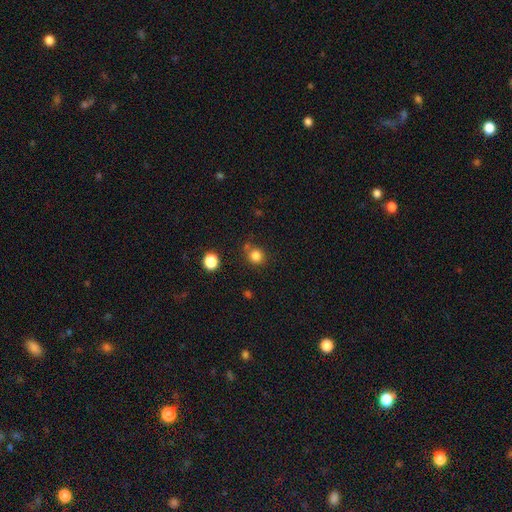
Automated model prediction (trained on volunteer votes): A smooth galaxy with no disk features (82%) that is round (86%).

Vote fractions:
- Smooth or featured? smooth: 82% / star or artifact: 13% / featured or disk: 5%
- How rounded? round: 86% / in between: 13% / cigar-shaped: 1%
- Merging? none: 72% / minor disturbance: 14% / merger: 9% / major disturbance: 4%